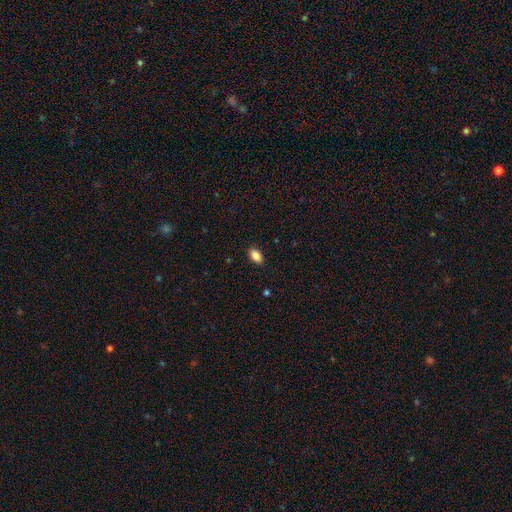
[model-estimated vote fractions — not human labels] The model was most divided on "smooth or featured": smooth: 87%, star or artifact: 8%, featured or disk: 4%. More confident: how rounded — in between (91%); merging — none (88%).